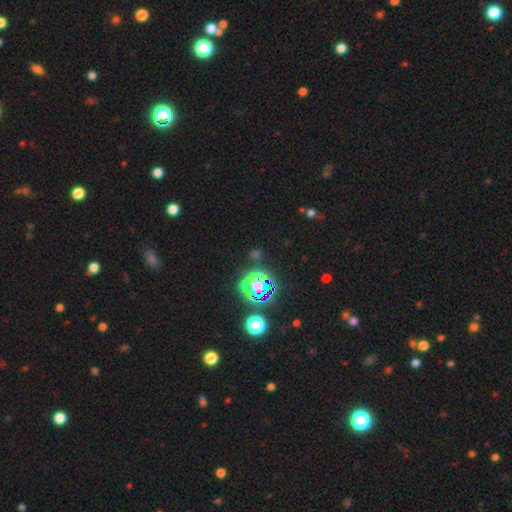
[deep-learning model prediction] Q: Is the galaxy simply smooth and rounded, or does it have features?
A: star or artifact — 72%.